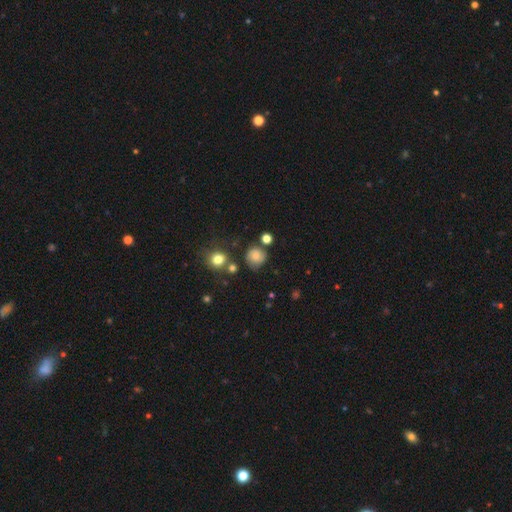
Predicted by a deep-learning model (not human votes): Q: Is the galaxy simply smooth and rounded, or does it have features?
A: smooth — 65%.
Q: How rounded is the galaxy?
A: round — 86%.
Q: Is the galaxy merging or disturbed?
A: none — 68%.